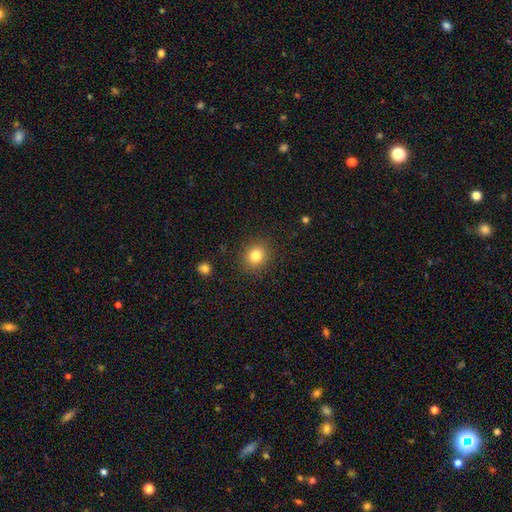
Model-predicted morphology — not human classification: smooth-or-featured: smooth: 81% | star or artifact: 12% | featured or disk: 7%
  how-rounded: round: 81% | in between: 18% | cigar-shaped: 1%
  merging: none: 89% | minor disturbance: 7% | major disturbance: 3% | merger: 1%